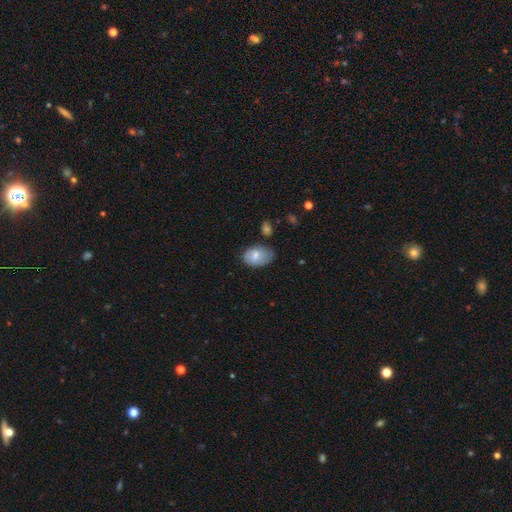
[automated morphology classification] A smooth galaxy with no disk features (73%) that is in between round and cigar-shaped (87%).

Vote fractions:
- Smooth or featured? smooth: 73% / featured or disk: 20% / star or artifact: 7%
- How rounded? in between: 87% / round: 12% / cigar-shaped: 1%
- Merging? none: 58% / minor disturbance: 31% / major disturbance: 7% / merger: 4%